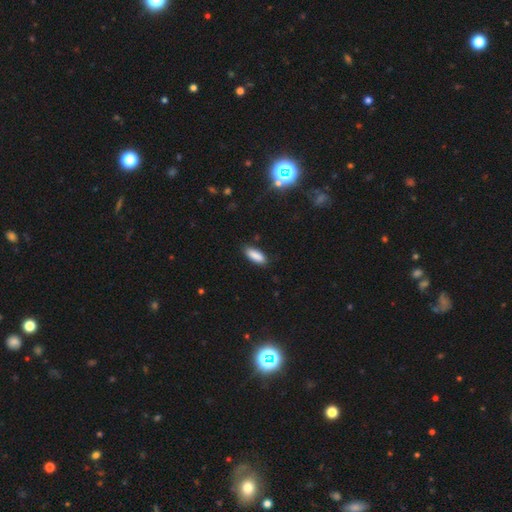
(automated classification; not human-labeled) Smooth or featured? smooth (88%)
How rounded? in between (72%)
Merging? none (85%)